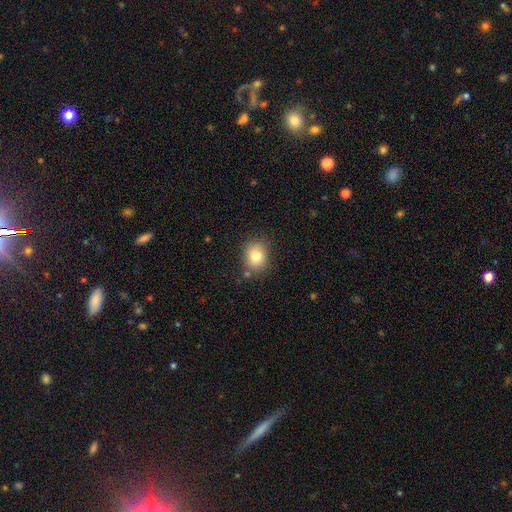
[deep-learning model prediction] Q: Smooth or featured?
A: smooth (80%); runner-up: star or artifact (11%)
Q: How rounded?
A: round (62%); runner-up: in between (37%)
Q: Merging?
A: none (81%); runner-up: minor disturbance (13%)